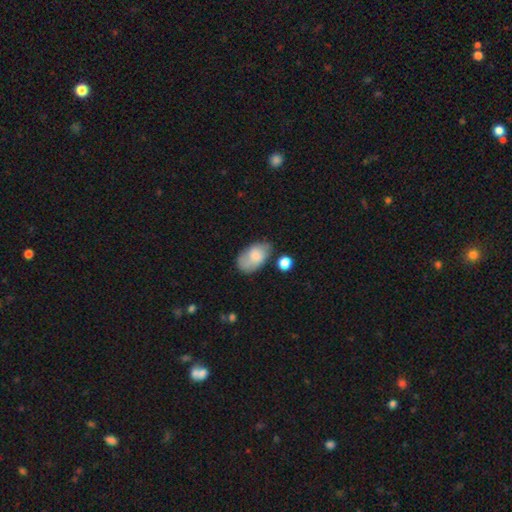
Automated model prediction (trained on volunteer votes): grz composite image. It shows a smooth galaxy with no disk features (71%) that is in between round and cigar-shaped (90%). Merging: none (55%).